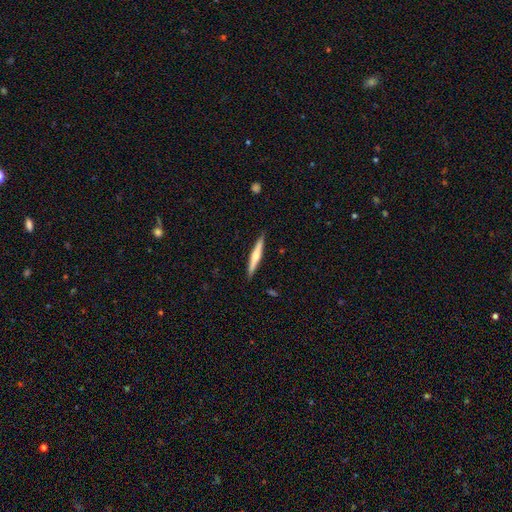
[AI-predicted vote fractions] Smooth or featured?
  - featured or disk: 49% *
  - smooth: 46%
  - star or artifact: 5%
Merging?
  - none: 90% *
  - minor disturbance: 8%
  - major disturbance: 1%
  - merger: 1%